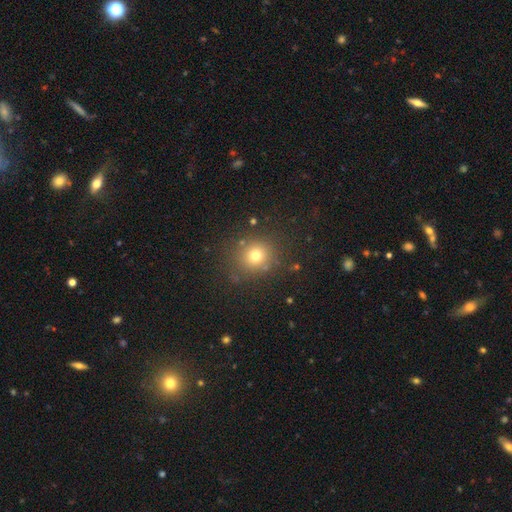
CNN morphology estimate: This is likely a smooth galaxy (74%). How rounded: clearly round (85%). Merging: clearly none (83%).